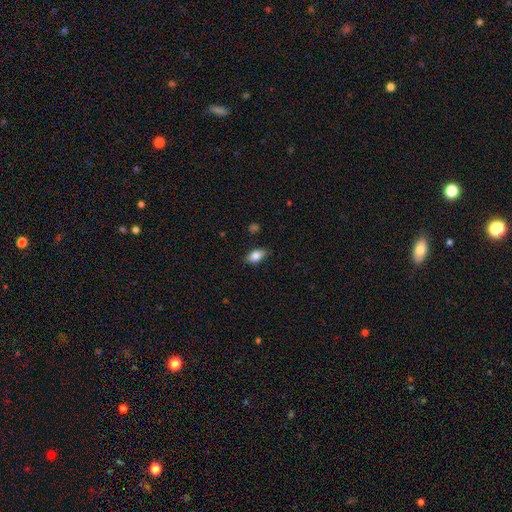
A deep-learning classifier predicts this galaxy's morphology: This is clearly a smooth galaxy (82%). How rounded: clearly in between (88%). Merging: clearly none (82%).